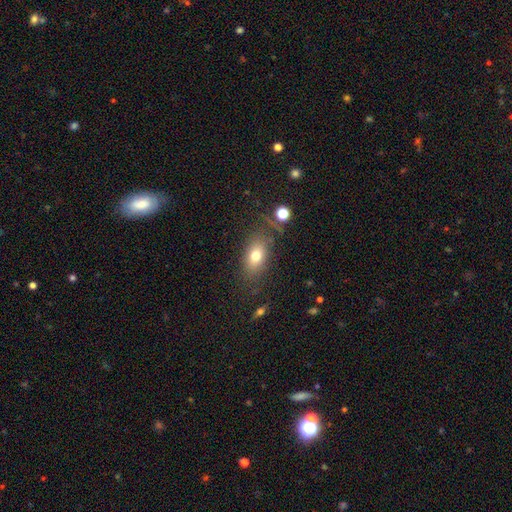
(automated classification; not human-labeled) smooth_or_featured: smooth (p=0.74) [alt: featured or disk p=0.14]
how_rounded: in between (p=0.80) [alt: round p=0.16]
merging: none (p=0.76) [alt: minor disturbance p=0.14]